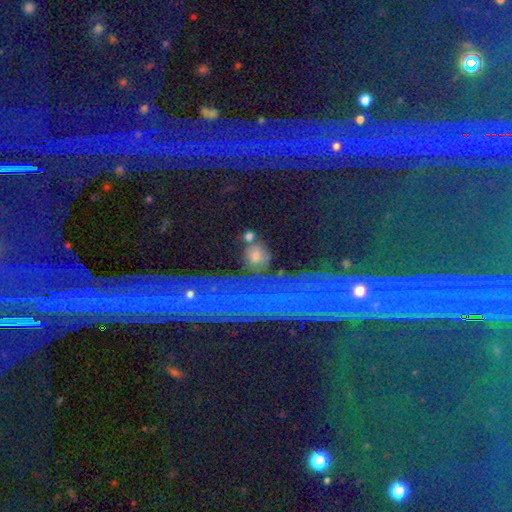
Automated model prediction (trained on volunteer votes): Smooth or featured: smooth — 50% (star or artifact — 37%)
How rounded: round — 77% (in between — 18%)
Merging: none — 77% (minor disturbance — 11%)